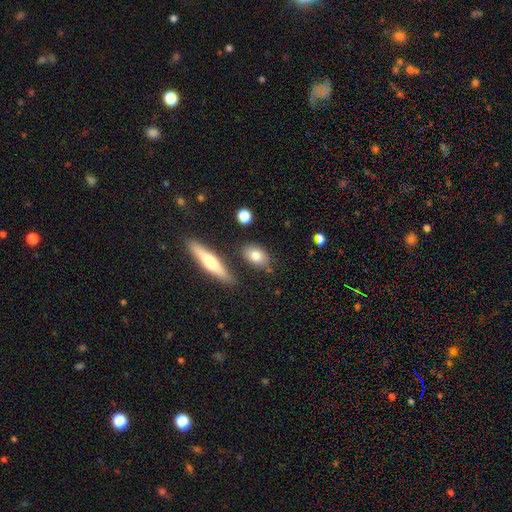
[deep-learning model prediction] Q: Smooth or featured?
A: smooth (76%); runner-up: featured or disk (17%)
Q: How rounded?
A: in between (80%); runner-up: round (14%)
Q: Merging?
A: none (75%); runner-up: minor disturbance (15%)